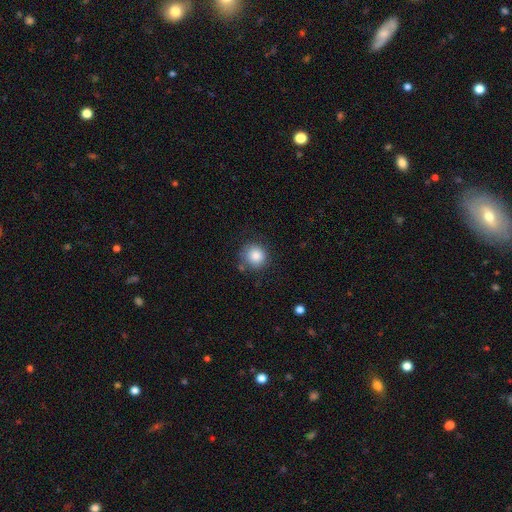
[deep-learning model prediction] This appears to be a smooth galaxy with no disk features (84%) that is round (92%). Merging: none (79%).